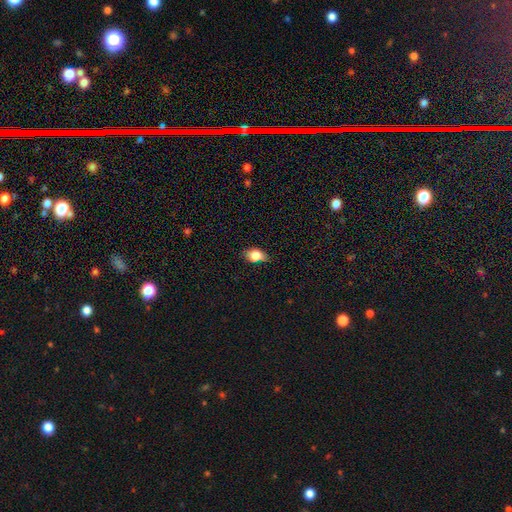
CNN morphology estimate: This appears to be a smooth galaxy with no disk features (83%) that is in between round and cigar-shaped (78%). Merging: none (62%).